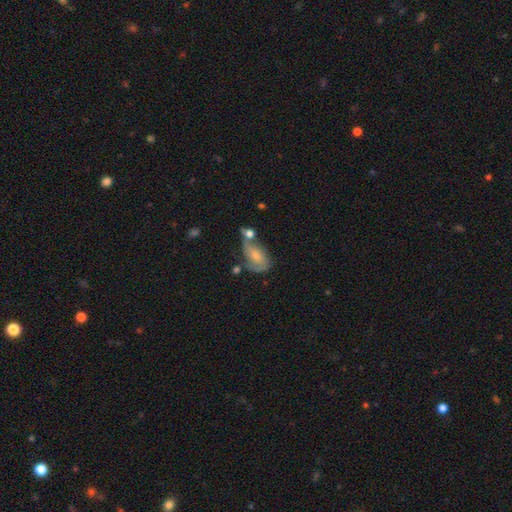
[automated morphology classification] A featured or disk galaxy (51%). Merging: none (34%).